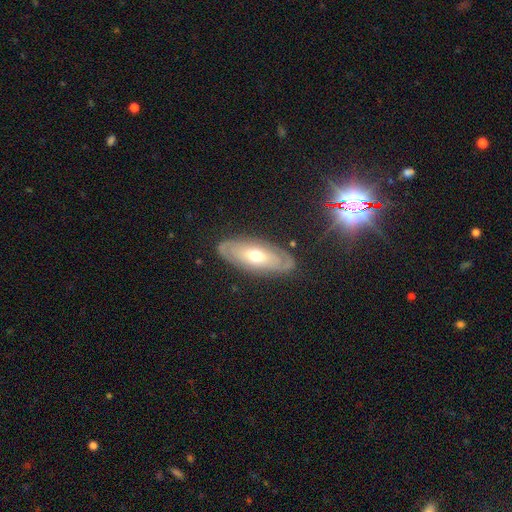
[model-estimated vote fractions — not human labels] Smooth or featured?
  - featured or disk: 64% *
  - smooth: 29%
  - star or artifact: 7%
Edge-on disk?
  - no: 82% *
  - yes: 18%
Bar?
  - no: 75% *
  - weak: 18%
  - strong: 7%
Spiral arms?
  - yes: 60% *
  - no: 40%
Bulge size?
  - moderate: 69% *
  - small: 23%
  - large: 5%
  - dominant: 1%
  - none: 1%
Merging?
  - none: 84% *
  - minor disturbance: 12%
  - major disturbance: 3%
  - merger: 1%